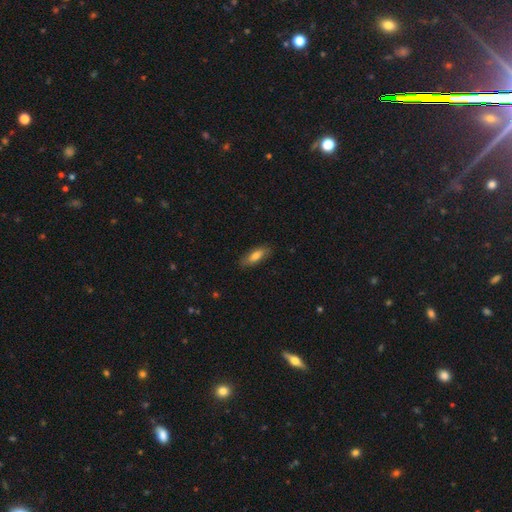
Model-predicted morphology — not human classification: smooth-or-featured: smooth: 75% | featured or disk: 18% | star or artifact: 6%
  how-rounded: in between: 64% | cigar-shaped: 34% | round: 2%
  merging: none: 83% | minor disturbance: 13% | major disturbance: 3% | merger: 1%